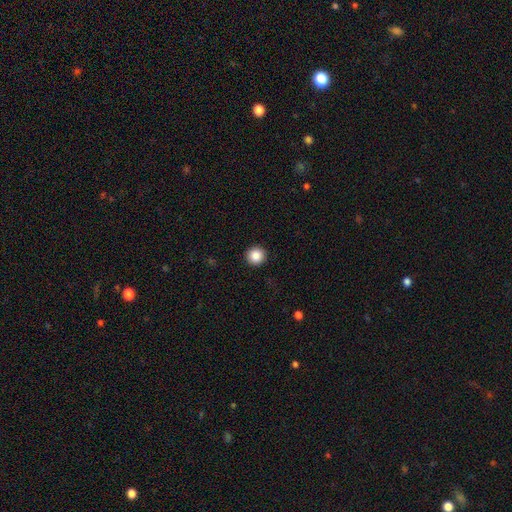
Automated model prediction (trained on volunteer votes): Smooth or featured?
  - smooth: 87% *
  - star or artifact: 9%
  - featured or disk: 3%
How rounded?
  - round: 95% *
  - in between: 4%
  - cigar-shaped: 1%
Merging?
  - none: 93% *
  - minor disturbance: 5%
  - major disturbance: 2%
  - merger: 1%